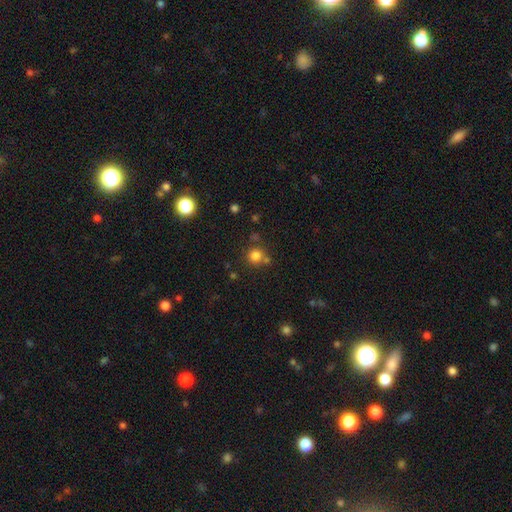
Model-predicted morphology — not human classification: smooth 80%, star or artifact 15%, featured or disk 6%. Down the decision tree: how rounded — round (93%); merging — none (71%).